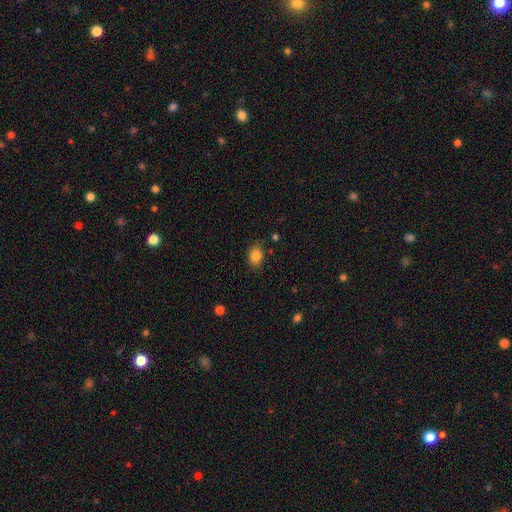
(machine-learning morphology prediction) Smooth or featured? Predicted: smooth (p=0.84). How rounded? Predicted: in between (p=0.73). Merging? Predicted: none (p=0.79).